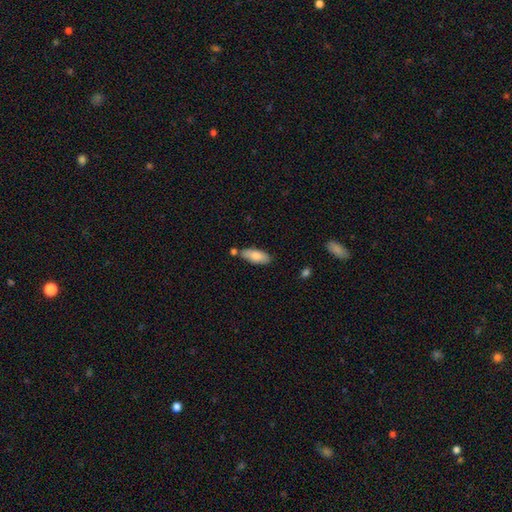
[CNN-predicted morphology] Smooth or featured? smooth (80%)
How rounded? in between (80%)
Merging? none (73%)